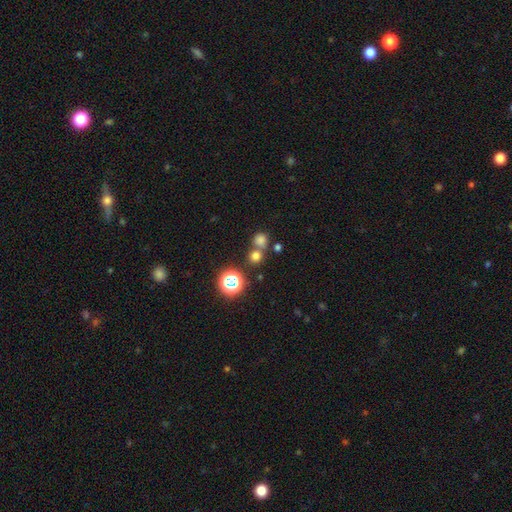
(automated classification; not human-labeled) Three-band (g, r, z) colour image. It shows a smooth galaxy with no disk features (70%) that is round (89%). Merging: none (62%).